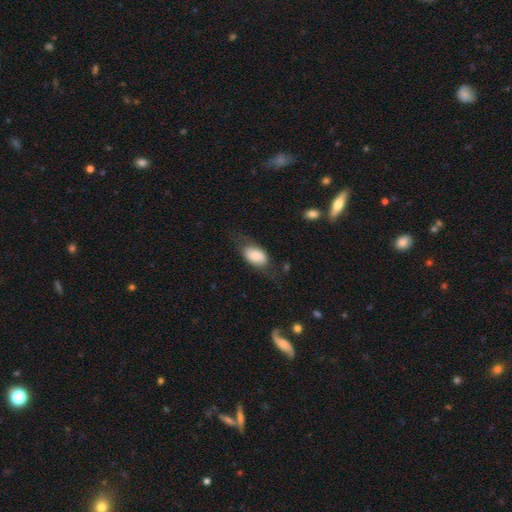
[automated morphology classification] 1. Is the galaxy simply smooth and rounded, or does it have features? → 72% smooth, 22% featured or disk, 7% star or artifact.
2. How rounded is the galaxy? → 89% in between, 8% round, 3% cigar-shaped.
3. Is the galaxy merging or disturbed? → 61% none, 23% minor disturbance, 14% major disturbance, 2% merger.